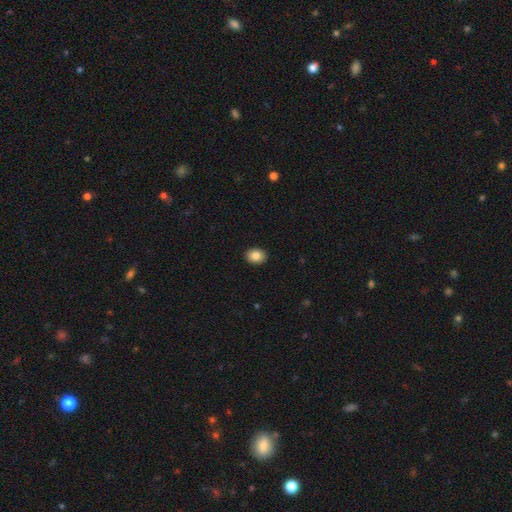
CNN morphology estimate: This appears to be a smooth galaxy with no disk features (85%) that is in between round and cigar-shaped (60%). Merging: none (91%).